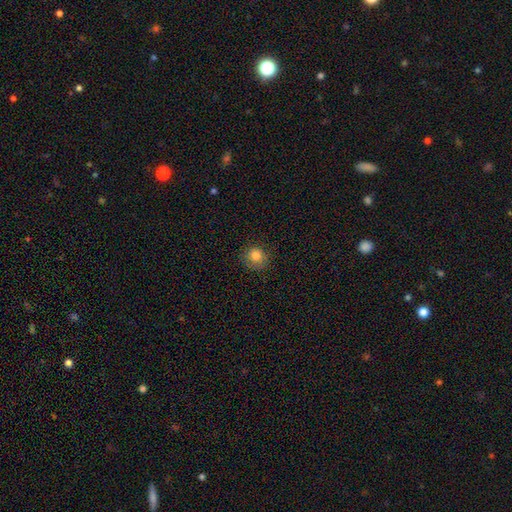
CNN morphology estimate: Q: Smooth or featured?
A: smooth (83%); runner-up: star or artifact (11%)
Q: How rounded?
A: round (87%); runner-up: in between (12%)
Q: Merging?
A: none (81%); runner-up: minor disturbance (14%)